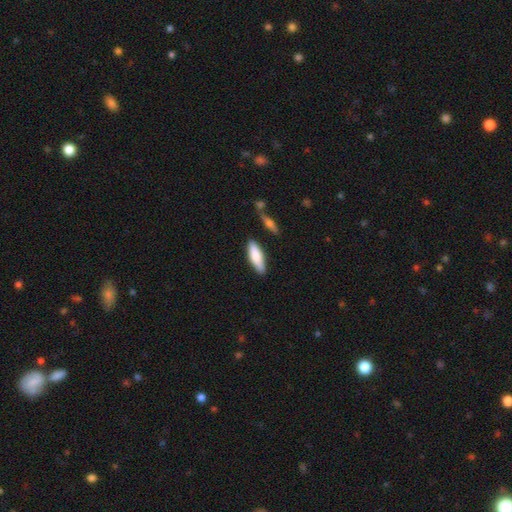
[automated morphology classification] A smooth galaxy with no disk features (77%) that is cigar-shaped (51%).

Vote fractions:
- Smooth or featured? smooth: 77% / featured or disk: 18% / star or artifact: 6%
- How rounded? cigar-shaped: 51% / in between: 47% / round: 2%
- Merging? none: 82% / minor disturbance: 12% / merger: 3% / major disturbance: 3%